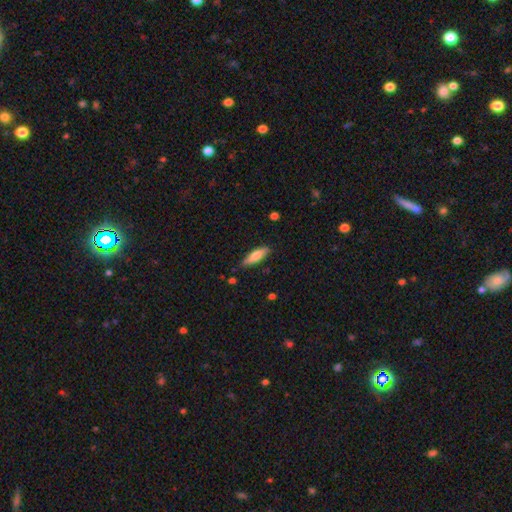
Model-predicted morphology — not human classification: The model was most divided on "how rounded": cigar-shaped: 54%, in between: 44%, round: 2%. More confident: merging — none (80%); smooth or featured — smooth (77%).